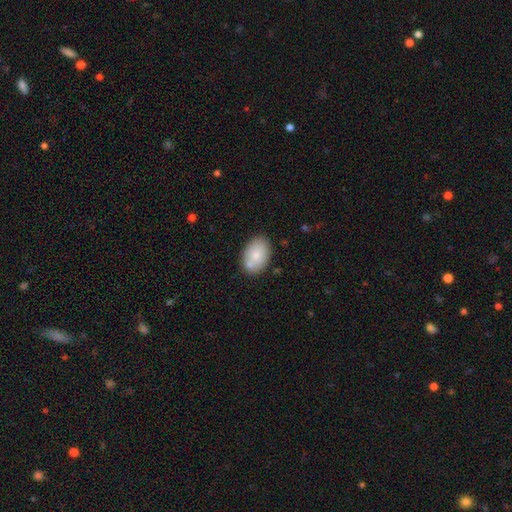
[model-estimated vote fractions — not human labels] Smooth or featured?
  - smooth: 77% *
  - featured or disk: 16%
  - star or artifact: 7%
How rounded?
  - in between: 87% *
  - round: 12%
  - cigar-shaped: 1%
Merging?
  - none: 74% *
  - minor disturbance: 14%
  - merger: 10%
  - major disturbance: 3%